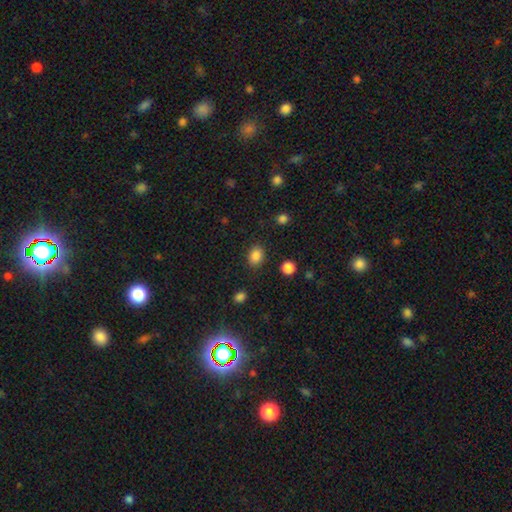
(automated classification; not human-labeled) Smooth or featured?
  - smooth: 85% *
  - star or artifact: 11%
  - featured or disk: 4%
How rounded?
  - in between: 55% *
  - round: 44%
  - cigar-shaped: 1%
Merging?
  - none: 83% *
  - minor disturbance: 11%
  - major disturbance: 4%
  - merger: 2%